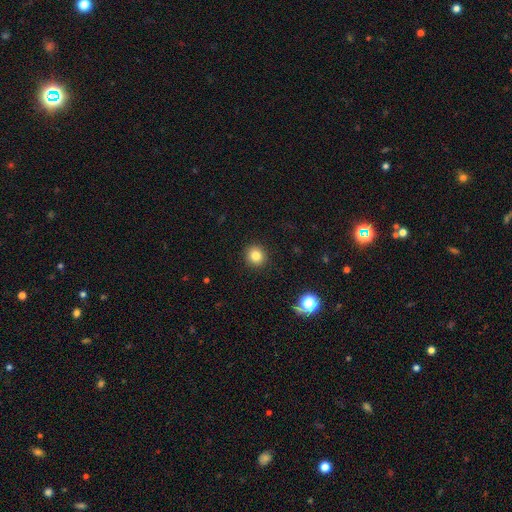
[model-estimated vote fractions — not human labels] A smooth galaxy with no disk features (82%) that is round (91%). Merging: none (92%).